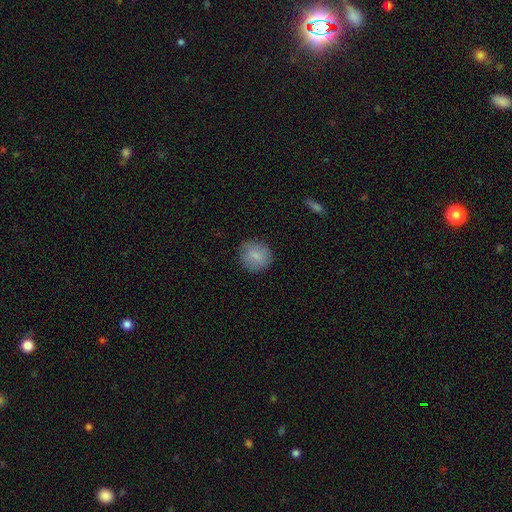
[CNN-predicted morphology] type=smooth (84%); roundness=round (86%); merging=none (84%).